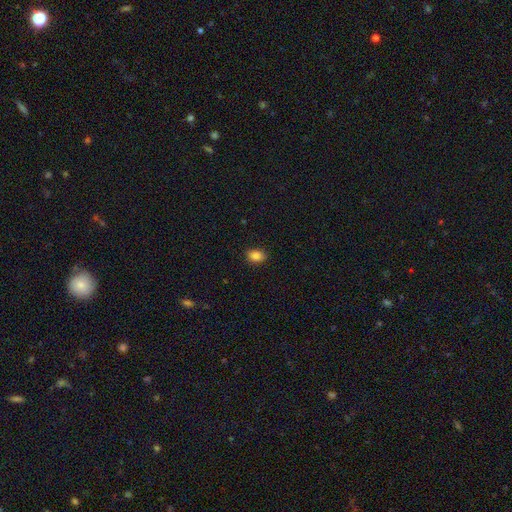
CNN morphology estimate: type=smooth (86%); roundness=in between (72%); merging=none (88%).